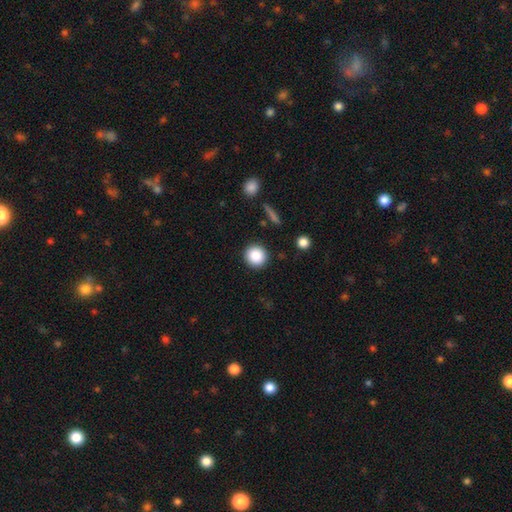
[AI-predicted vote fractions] smooth 86%, star or artifact 9%, featured or disk 5%. Down the decision tree: how rounded — round (93%); merging — none (91%).